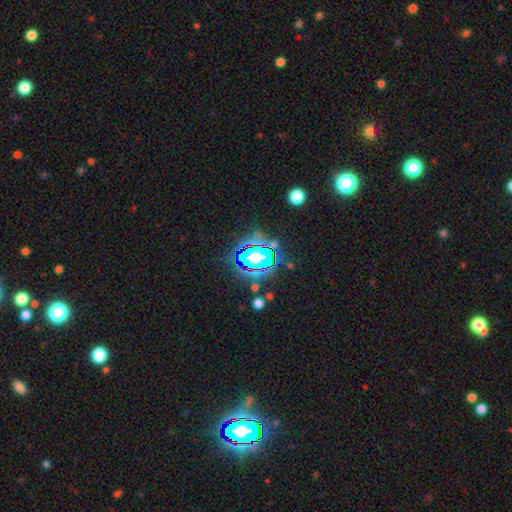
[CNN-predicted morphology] A star or artifact, not a galaxy (76%).